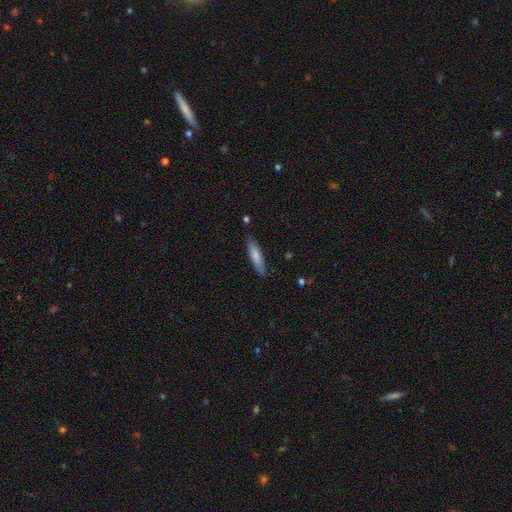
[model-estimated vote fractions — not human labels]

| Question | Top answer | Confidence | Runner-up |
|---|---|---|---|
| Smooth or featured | smooth | 79% | featured or disk (16%) |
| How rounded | cigar-shaped | 75% | in between (24%) |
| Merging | none | 84% | minor disturbance (12%) |